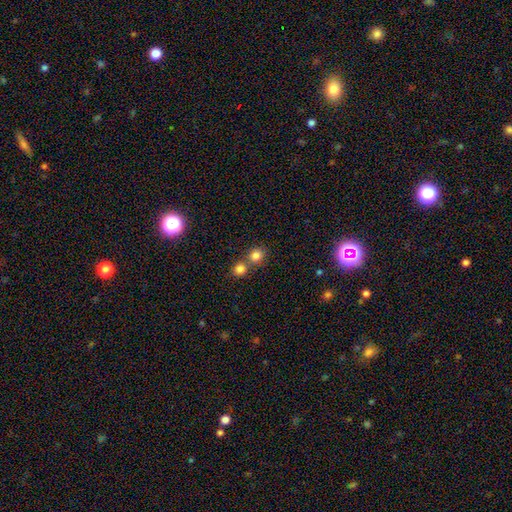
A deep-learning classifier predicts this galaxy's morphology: Smooth or featured: smooth — 82% (star or artifact — 12%)
How rounded: round — 77% (in between — 22%)
Merging: none — 51% (merger — 40%)